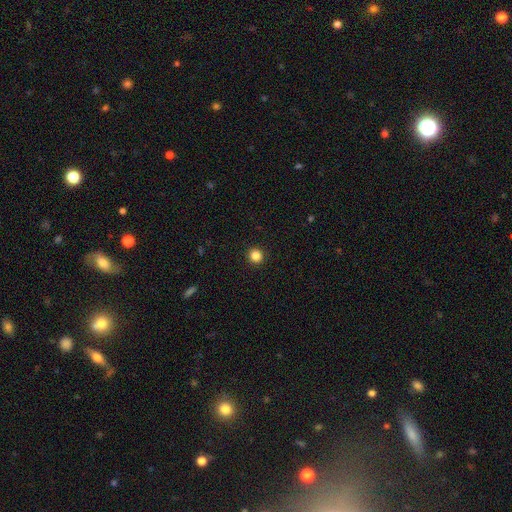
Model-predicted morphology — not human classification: A smooth galaxy with no disk features (84%) that is round (93%). Merging: none (93%).